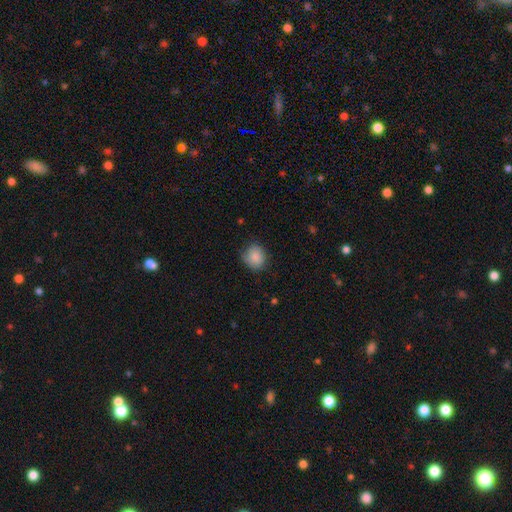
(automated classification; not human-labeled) This is clearly a smooth galaxy (87%). How rounded: likely round (74%). Merging: likely none (79%).